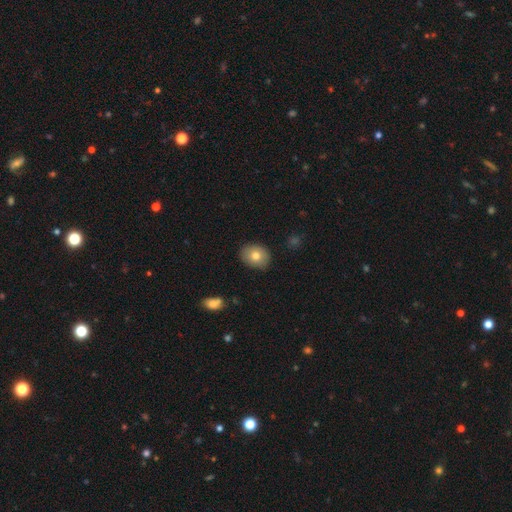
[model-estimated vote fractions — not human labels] Overall: smooth (77%). How rounded: in between (51%; round 48%). Merging: none (86%).